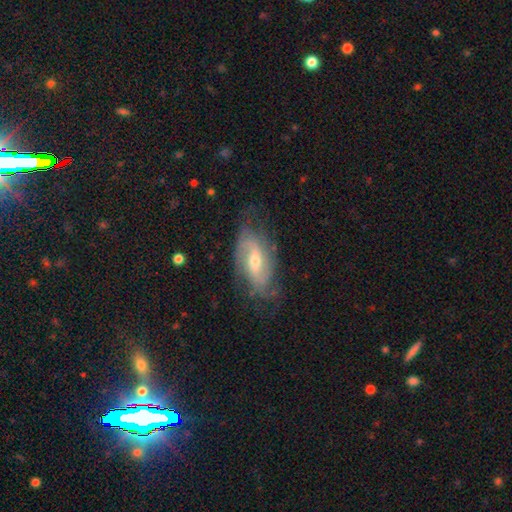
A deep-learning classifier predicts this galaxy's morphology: Overall: featured or disk (77%). Edge-on disk: no (91%). Bar: weak (46%; no 34%). Spiral arms: yes (92%). Spiral arm count: 2 (57%; can't tell 23%). Spiral winding: medium (41%; tight 35%). Bulge size: moderate (55%; small 40%). Merging: none (71%).